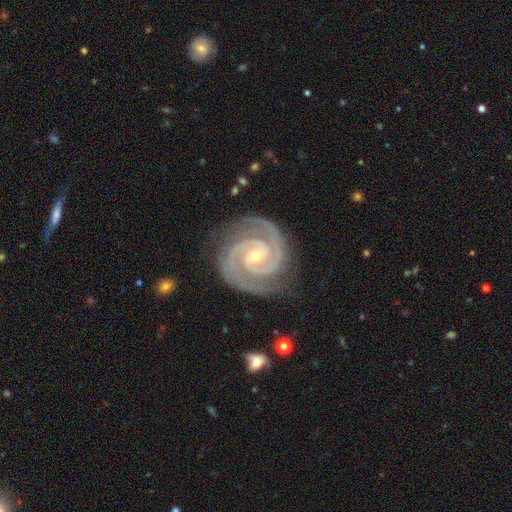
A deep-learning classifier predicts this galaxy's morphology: Smooth or featured: featured or disk — 94% (star or artifact — 4%)
Edge-on disk: no — 98% (yes — 2%)
Bar: no — 45% (weak — 35%)
Spiral arms: yes — 99% (no — 1%)
Spiral winding: tight — 78% (medium — 20%)
Spiral arm count: 2 — 82% (3 — 11%)
Bulge size: small — 66% (moderate — 32%)
Merging: none — 82% (minor disturbance — 14%)